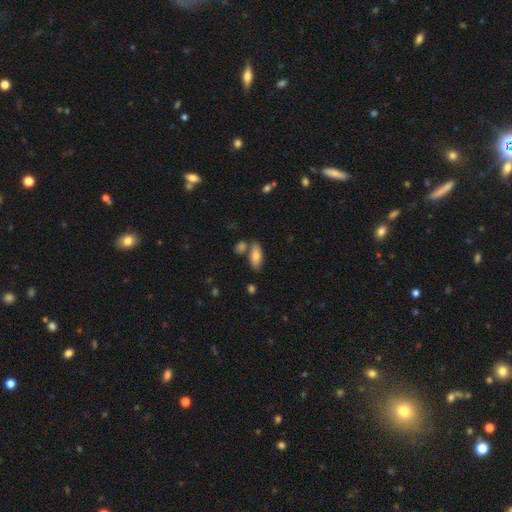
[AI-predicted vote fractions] Morphology: type=smooth (77%); roundness=in between (84%); merging=none (67%).